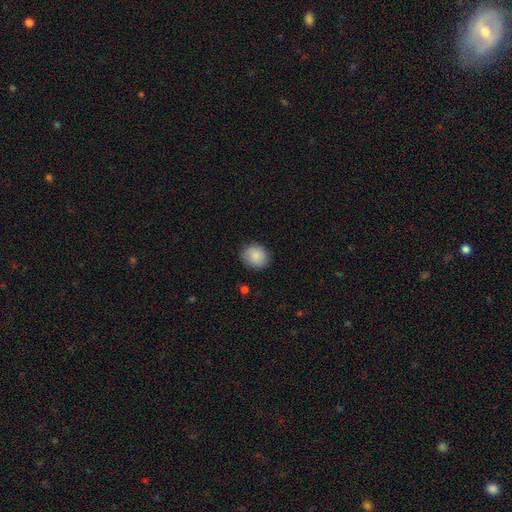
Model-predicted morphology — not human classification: The model was most divided on "how rounded": round: 71%, in between: 28%, cigar-shaped: 1%. More confident: smooth or featured — smooth (88%); merging — none (87%).